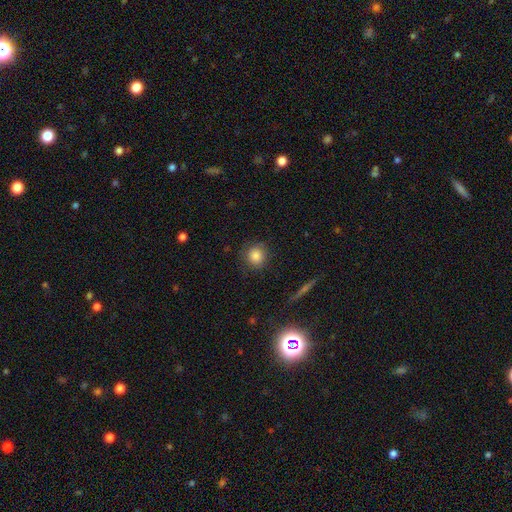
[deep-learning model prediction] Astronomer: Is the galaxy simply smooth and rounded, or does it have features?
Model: smooth — 82%.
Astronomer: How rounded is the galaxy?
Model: round — 89%.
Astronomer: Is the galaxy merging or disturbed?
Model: none — 82%.